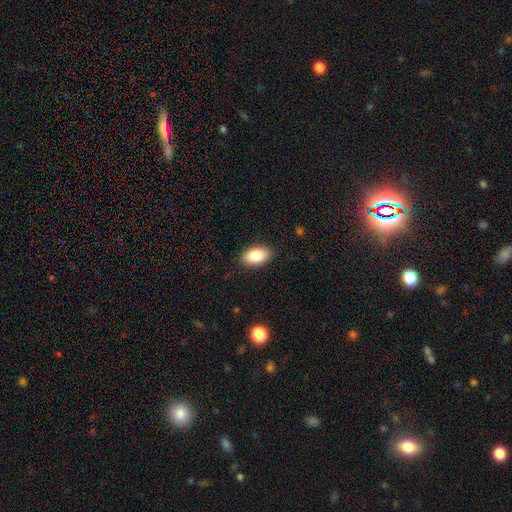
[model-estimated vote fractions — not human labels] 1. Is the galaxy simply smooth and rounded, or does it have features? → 85% smooth, 8% featured or disk, 7% star or artifact.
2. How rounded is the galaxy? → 93% in between, 5% round, 2% cigar-shaped.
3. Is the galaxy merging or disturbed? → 88% none, 9% minor disturbance, 2% major disturbance, 1% merger.